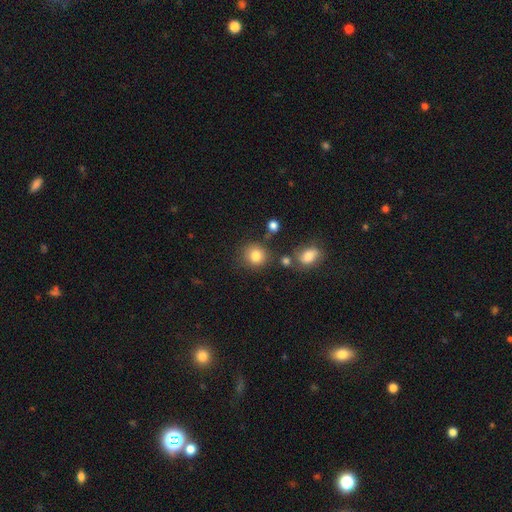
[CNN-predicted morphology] smooth 82%, star or artifact 11%, featured or disk 7%. Down the decision tree: how rounded — round (84%); merging — none (77%).